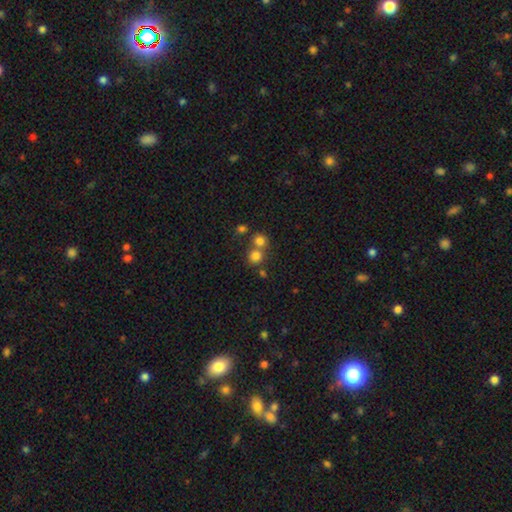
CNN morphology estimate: type=smooth (77%); roundness=round (89%); merging=none (56%).